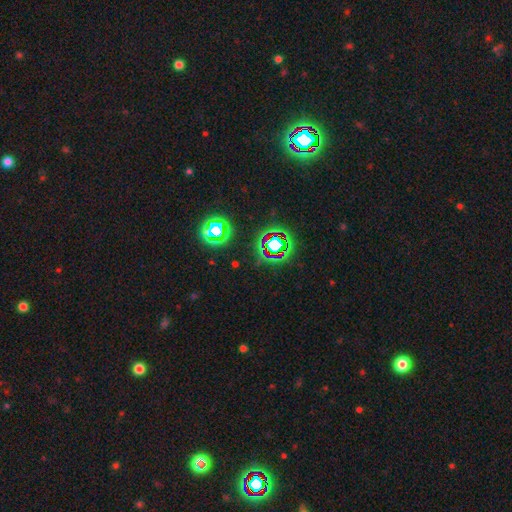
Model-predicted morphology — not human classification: This is likely a star or artifact rather than a galaxy (68%).